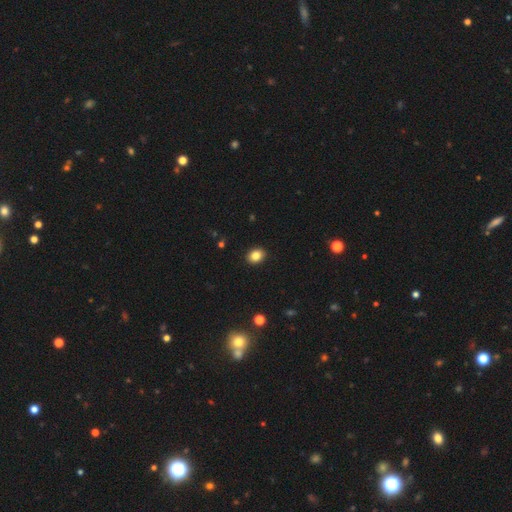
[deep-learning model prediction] This is clearly a smooth galaxy (84%). How rounded: possibly in between (55%). Merging: clearly none (91%).